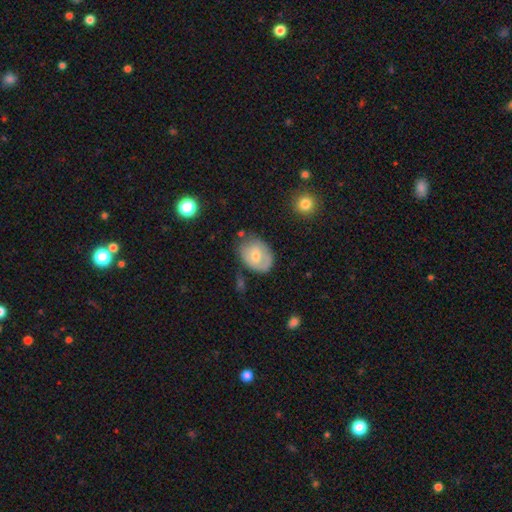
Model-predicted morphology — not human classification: Smooth or featured?
  - smooth: 54% *
  - featured or disk: 38%
  - star or artifact: 8%
How rounded?
  - in between: 73% *
  - round: 26%
  - cigar-shaped: 1%
Merging?
  - none: 62% *
  - minor disturbance: 27%
  - major disturbance: 7%
  - merger: 4%